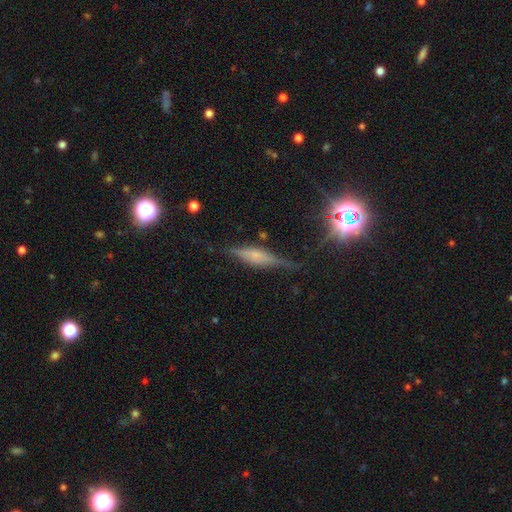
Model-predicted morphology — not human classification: A featured or disk galaxy (60%) viewed edge-on (94%) with a rounded central bulge (55%). Merging: none (74%).